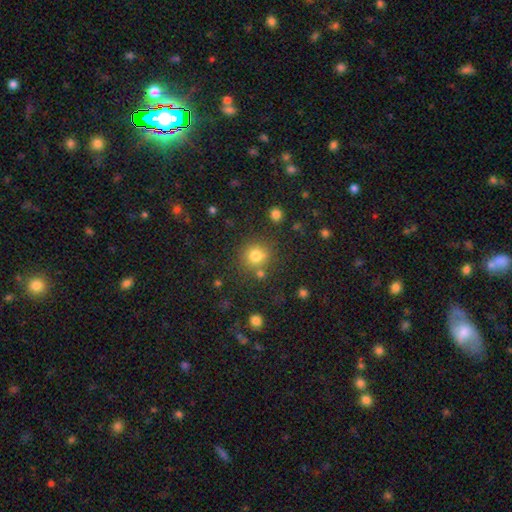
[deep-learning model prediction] smooth-or-featured: smooth: 78% | star or artifact: 15% | featured or disk: 7%
  how-rounded: round: 87% | in between: 12% | cigar-shaped: 1%
  merging: none: 75% | minor disturbance: 11% | merger: 10% | major disturbance: 4%